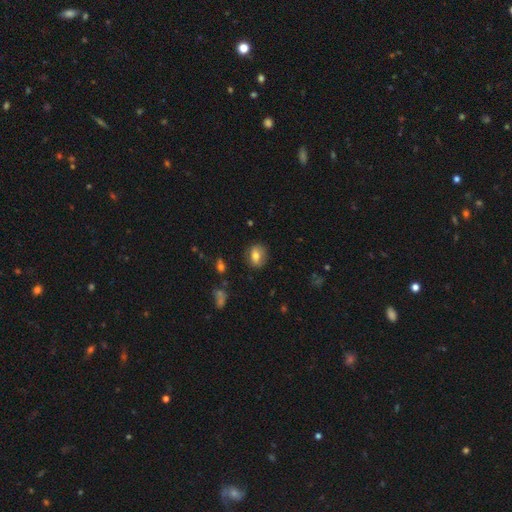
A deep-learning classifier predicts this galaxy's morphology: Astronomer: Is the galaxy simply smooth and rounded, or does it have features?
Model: smooth — 69%.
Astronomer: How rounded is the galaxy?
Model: in between — 55% (runner-up: round, 43%).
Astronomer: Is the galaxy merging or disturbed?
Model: none — 81%.